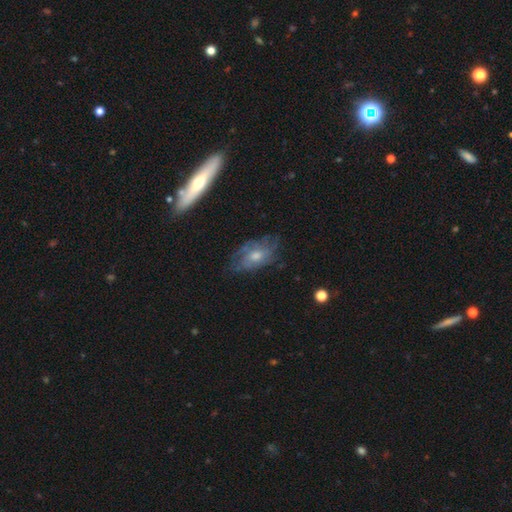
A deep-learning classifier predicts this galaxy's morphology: featured or disk 61%, smooth 29%, star or artifact 10%. Down the decision tree: edge-on disk — no (87%); bar — no (77%); spiral arms — yes (67%); bulge size — moderate (57%); merging — none (64%).